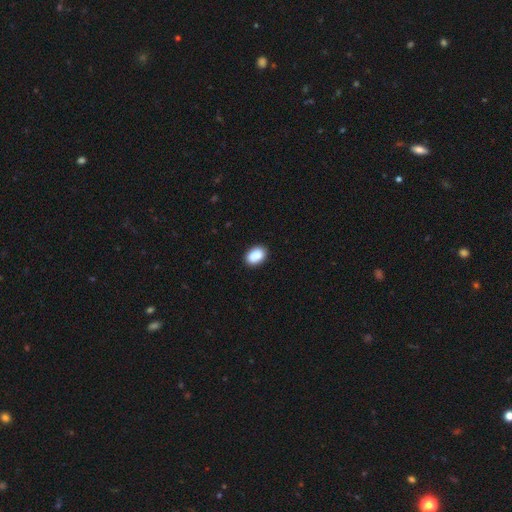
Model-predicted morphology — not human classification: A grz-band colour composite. It shows a smooth galaxy with no disk features (86%) that is in between round and cigar-shaped (82%). Merging: none (82%).